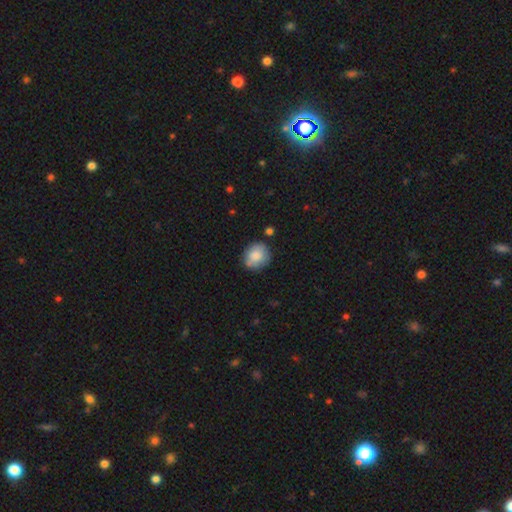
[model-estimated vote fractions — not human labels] Smooth or featured? Predicted: smooth (p=0.83). How rounded? Predicted: round (p=0.75). Merging? Predicted: none (p=0.72).